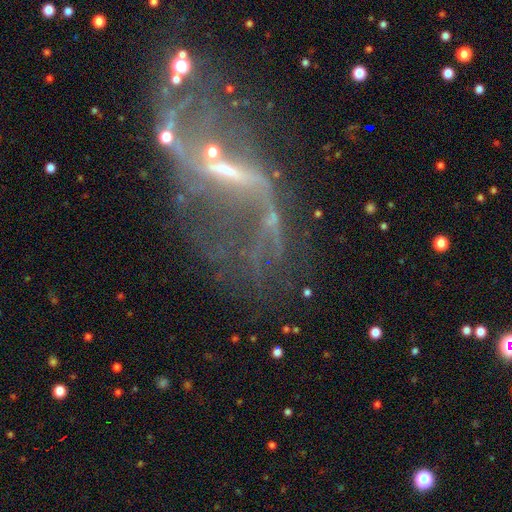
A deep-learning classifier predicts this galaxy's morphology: Smooth or featured? Predicted: featured or disk (p=0.77). Edge-on disk? Predicted: no (p=0.91). Bar? Predicted: strong (p=0.44). Spiral arms? Predicted: yes (p=0.74). Spiral winding? Predicted: loose (p=0.86). Spiral arm count? Predicted: 2 (p=0.75). Bulge size? Predicted: small (p=0.47). Merging? Predicted: none (p=0.39).